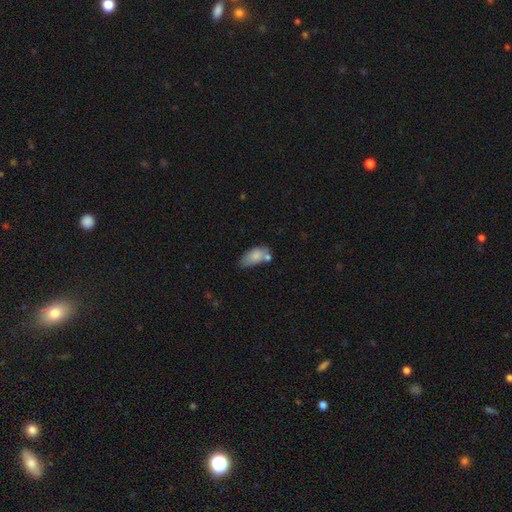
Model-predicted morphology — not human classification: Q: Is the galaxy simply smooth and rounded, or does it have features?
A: smooth — 78%.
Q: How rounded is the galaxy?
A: in between — 90%.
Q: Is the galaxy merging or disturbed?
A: none — 45%.